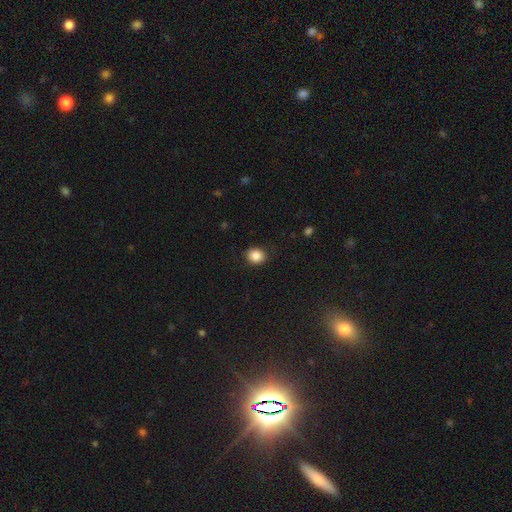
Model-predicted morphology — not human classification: Smooth or featured? smooth (87%)
How rounded? round (69%)
Merging? none (87%)